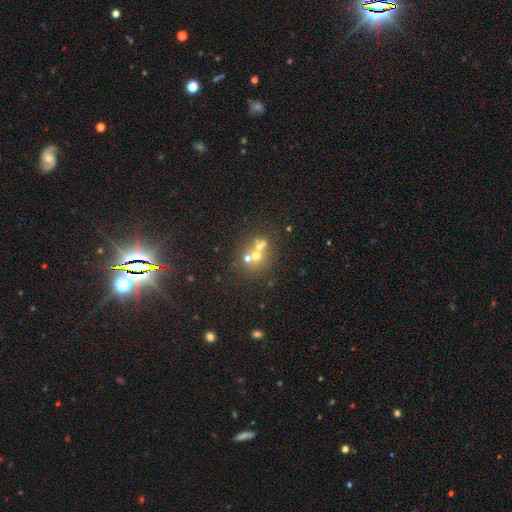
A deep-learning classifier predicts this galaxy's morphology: Overall: smooth (46%; featured or disk 29%). Merging: none (44%; merger 43%).